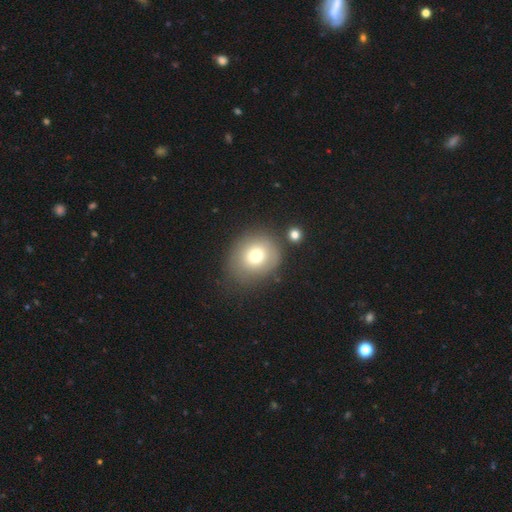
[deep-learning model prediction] Smooth or featured: smooth — 72% (featured or disk — 16%)
How rounded: round — 75% (in between — 24%)
Merging: none — 71% (minor disturbance — 16%)